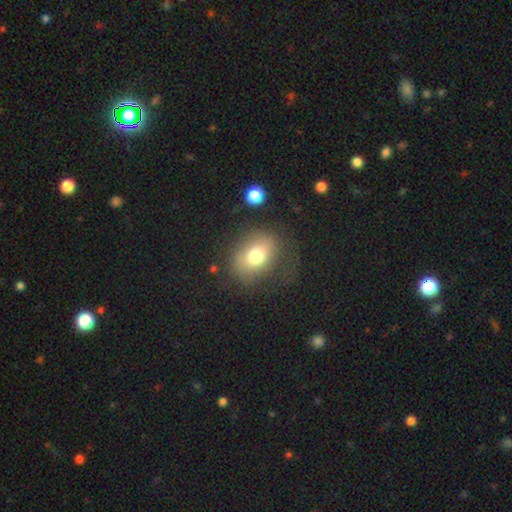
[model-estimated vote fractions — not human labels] This appears to be a smooth galaxy with no disk features (72%) that is in between round and cigar-shaped (59%). Merging: none (58%).